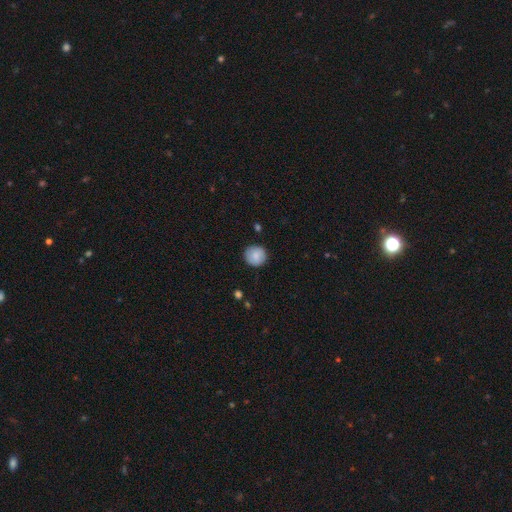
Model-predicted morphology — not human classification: smooth 84%, featured or disk 9%, star or artifact 7%. Down the decision tree: how rounded — round (93%); merging — none (88%).